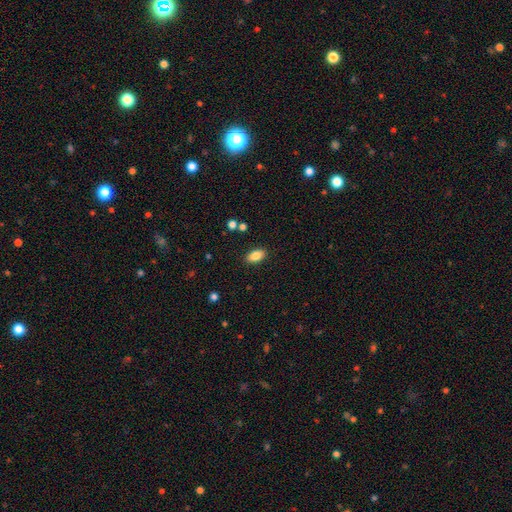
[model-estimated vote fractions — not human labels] Smooth or featured? Predicted: smooth (p=0.85). How rounded? Predicted: in between (p=0.91). Merging? Predicted: none (p=0.88).